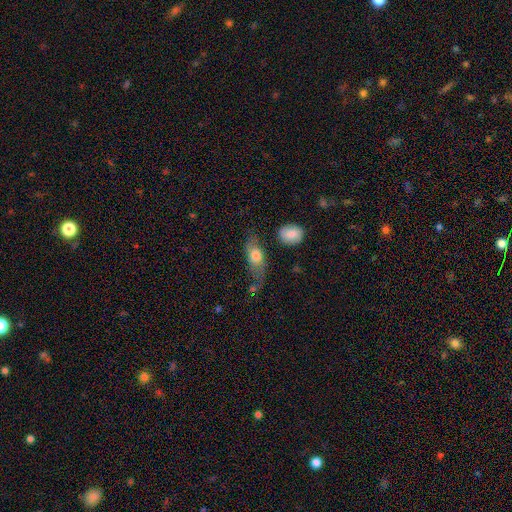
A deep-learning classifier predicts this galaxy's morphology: Smooth or featured?
  - smooth: 65% *
  - featured or disk: 27%
  - star or artifact: 8%
How rounded?
  - in between: 70% *
  - cigar-shaped: 20%
  - round: 10%
Merging?
  - none: 52% *
  - minor disturbance: 25%
  - major disturbance: 16%
  - merger: 7%